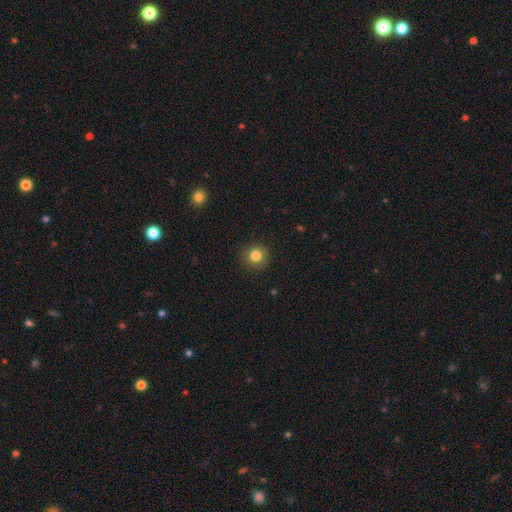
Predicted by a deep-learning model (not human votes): This is clearly a smooth galaxy (83%). How rounded: clearly round (92%). Merging: clearly none (91%).